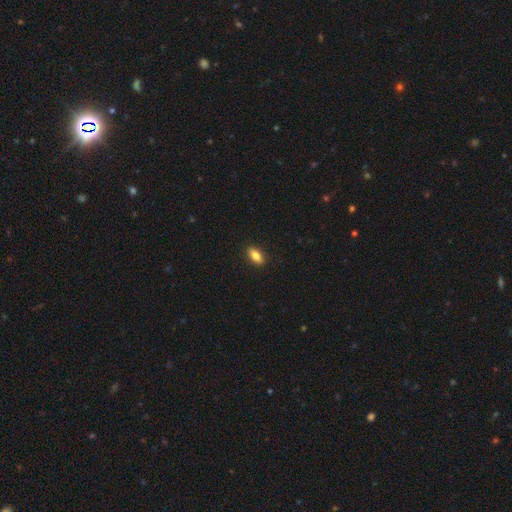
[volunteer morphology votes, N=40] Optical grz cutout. It shows a smooth galaxy with no disk features (70%) that is in between round and cigar-shaped (75%). Merging: none (86%).